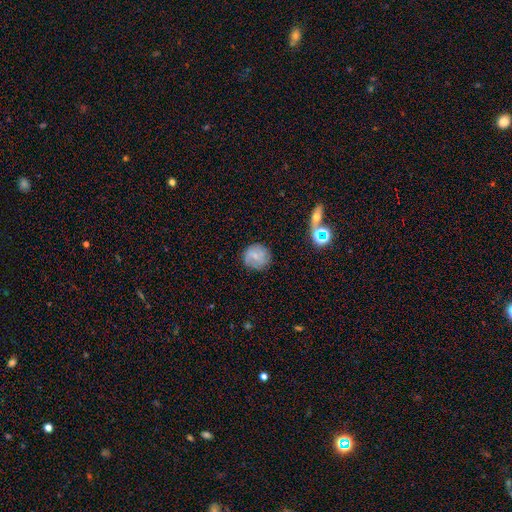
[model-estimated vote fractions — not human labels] Smooth or featured? smooth (63%)
How rounded? round (90%)
Merging? none (78%)